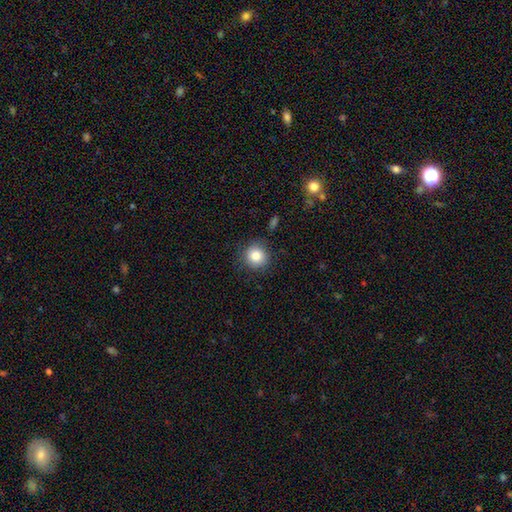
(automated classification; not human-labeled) Morphology: type=smooth (85%); roundness=round (92%); merging=none (86%).